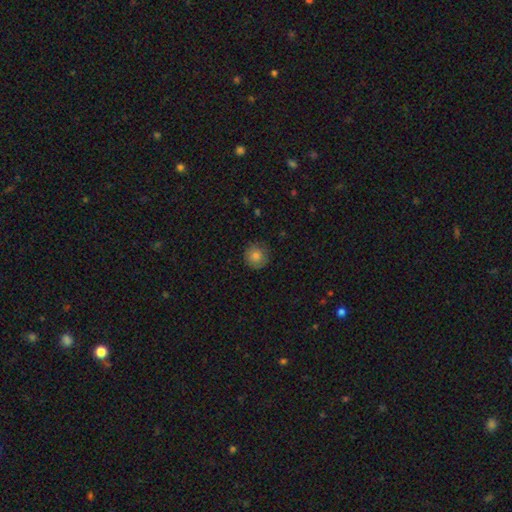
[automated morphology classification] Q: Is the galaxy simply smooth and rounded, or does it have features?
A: smooth — 82%.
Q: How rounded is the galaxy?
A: round — 94%.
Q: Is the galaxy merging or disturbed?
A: none — 86%.